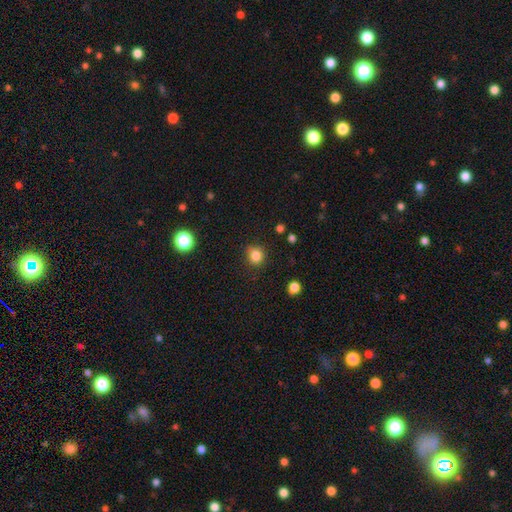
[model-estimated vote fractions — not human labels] Smooth or featured: smooth — 83% (star or artifact — 12%)
How rounded: round — 82% (in between — 17%)
Merging: none — 80% (minor disturbance — 15%)